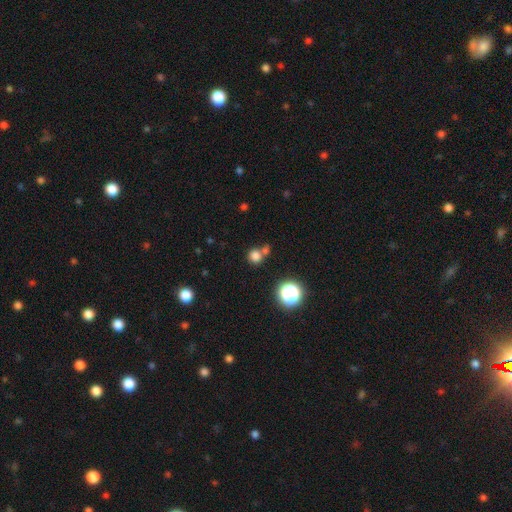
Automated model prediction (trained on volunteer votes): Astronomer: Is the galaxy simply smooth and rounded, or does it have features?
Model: smooth — 76%.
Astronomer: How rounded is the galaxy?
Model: round — 90%.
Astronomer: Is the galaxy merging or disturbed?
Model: none — 61%.